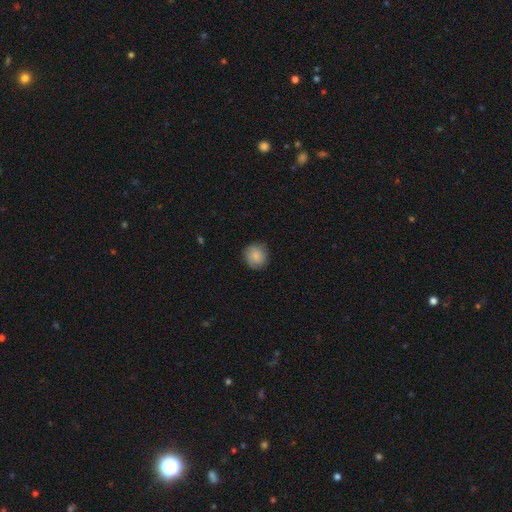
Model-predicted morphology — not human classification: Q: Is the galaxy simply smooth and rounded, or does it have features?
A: smooth — 80%.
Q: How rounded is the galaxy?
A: round — 88%.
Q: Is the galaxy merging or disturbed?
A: none — 82%.